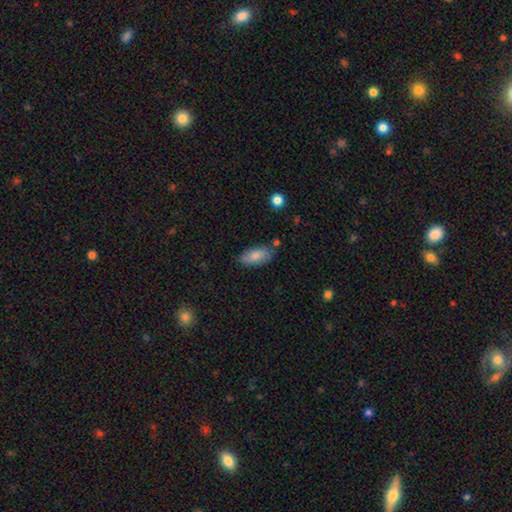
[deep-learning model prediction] A smooth galaxy with no disk features (82%) that is in between round and cigar-shaped (89%).

Vote fractions:
- Smooth or featured? smooth: 82% / featured or disk: 12% / star or artifact: 6%
- How rounded? in between: 89% / cigar-shaped: 9% / round: 2%
- Merging? none: 75% / minor disturbance: 18% / merger: 4% / major disturbance: 3%